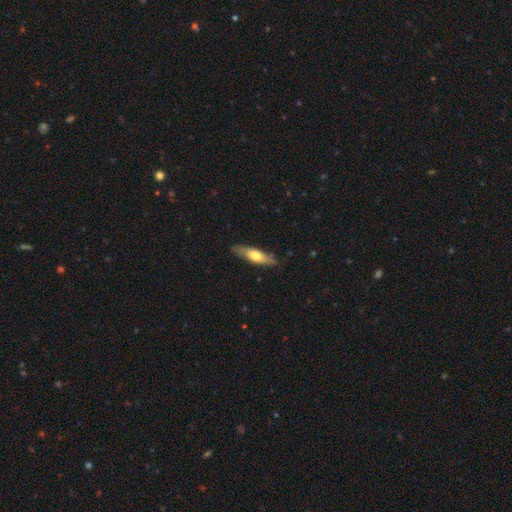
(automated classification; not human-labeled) Q: Smooth or featured?
A: smooth (58%); runner-up: featured or disk (37%)
Q: How rounded?
A: cigar-shaped (66%); runner-up: in between (32%)
Q: Merging?
A: none (85%); runner-up: minor disturbance (12%)